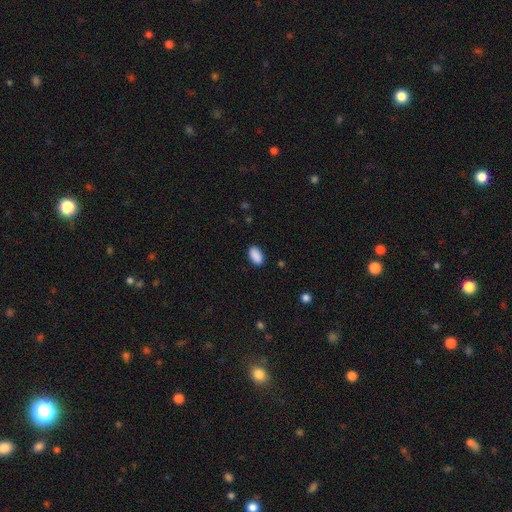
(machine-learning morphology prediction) A smooth galaxy with no disk features (90%) that is in between round and cigar-shaped (94%). Merging: none (87%).